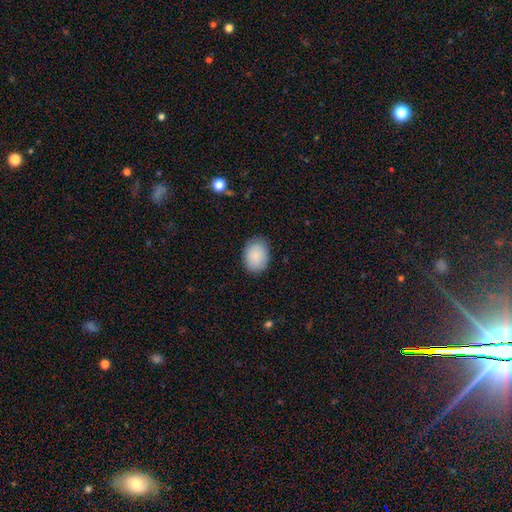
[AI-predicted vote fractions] Smooth or featured? smooth (88%)
How rounded? in between (69%)
Merging? none (85%)